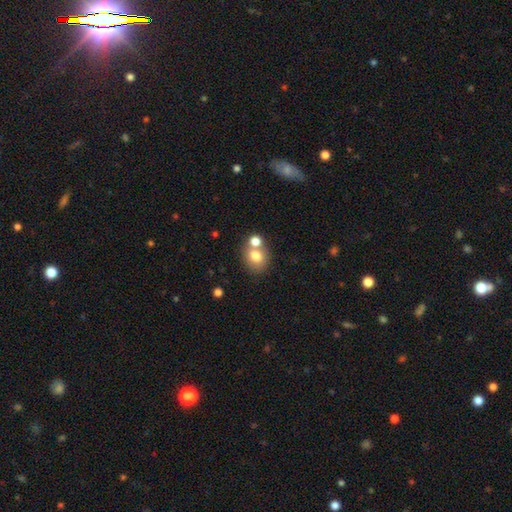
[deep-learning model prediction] A smooth galaxy with no disk features (76%) that is round (66%). Merging: none (53%).